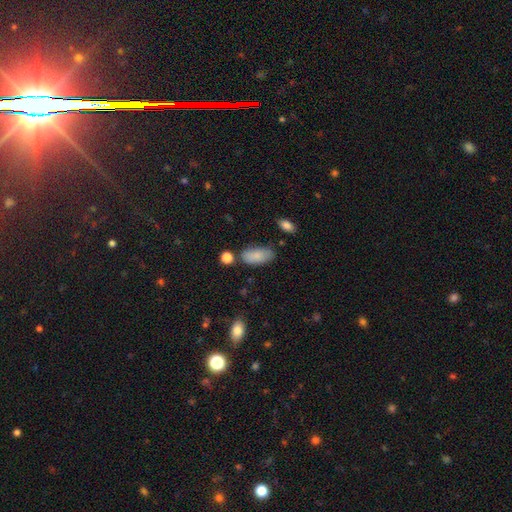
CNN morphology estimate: type=smooth (85%); roundness=in between (91%); merging=none (69%).